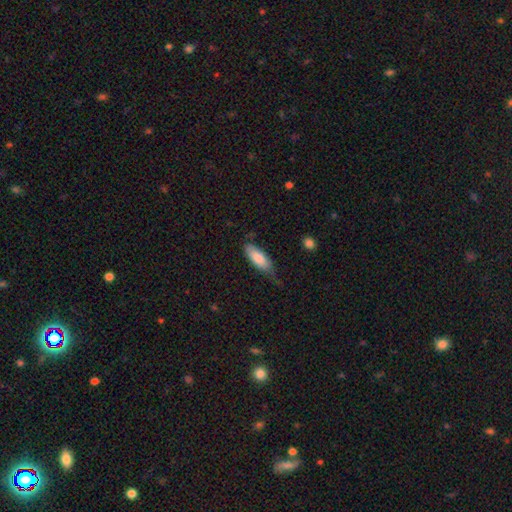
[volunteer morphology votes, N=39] Smooth or featured? smooth (85%)
How rounded? in between (61%)
Merging? none (51%)